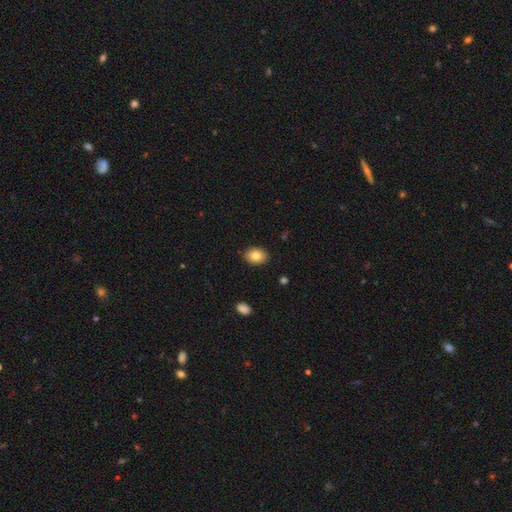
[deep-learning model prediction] Overall: smooth (82%). How rounded: in between (78%). Merging: none (88%).